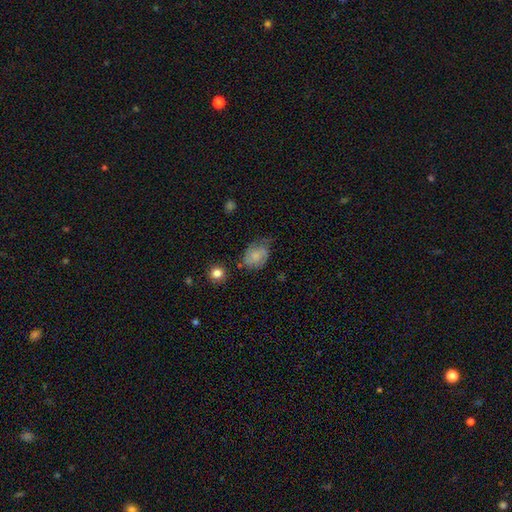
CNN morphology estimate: Smooth or featured?
  - smooth: 66% *
  - featured or disk: 25%
  - star or artifact: 9%
How rounded?
  - in between: 74% *
  - round: 25%
  - cigar-shaped: 1%
Merging?
  - none: 47% *
  - minor disturbance: 35%
  - major disturbance: 15%
  - merger: 3%